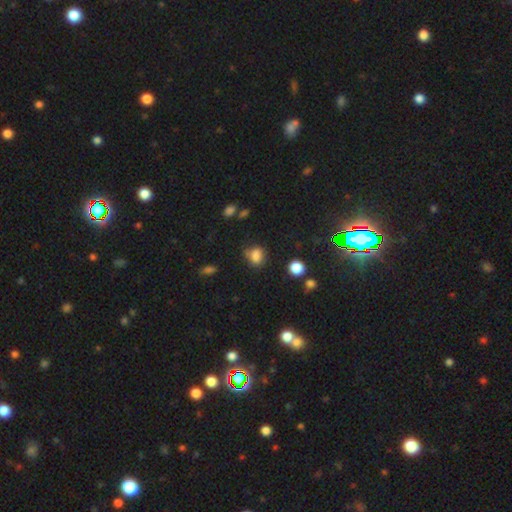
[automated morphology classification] smooth 78%, star or artifact 14%, featured or disk 8%. Down the decision tree: how rounded — in between (51%); merging — none (54%).